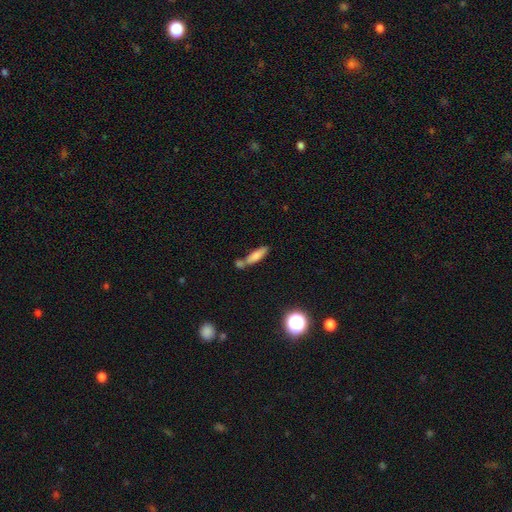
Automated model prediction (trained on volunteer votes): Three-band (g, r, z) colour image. It shows a smooth galaxy with no disk features (76%) that is cigar-shaped (58%). Merging: none (46%).